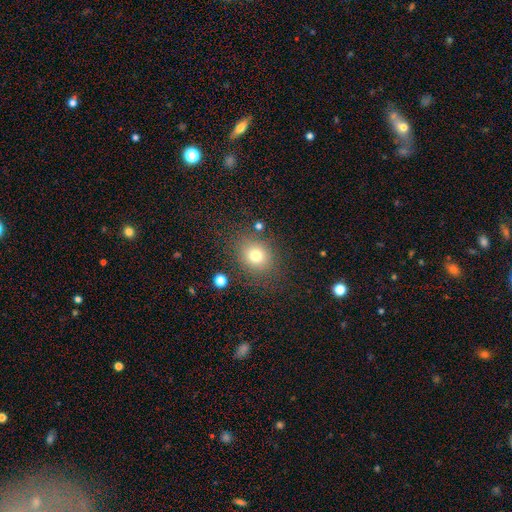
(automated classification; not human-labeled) This is likely a smooth galaxy (76%). How rounded: likely round (70%). Merging: likely none (80%).